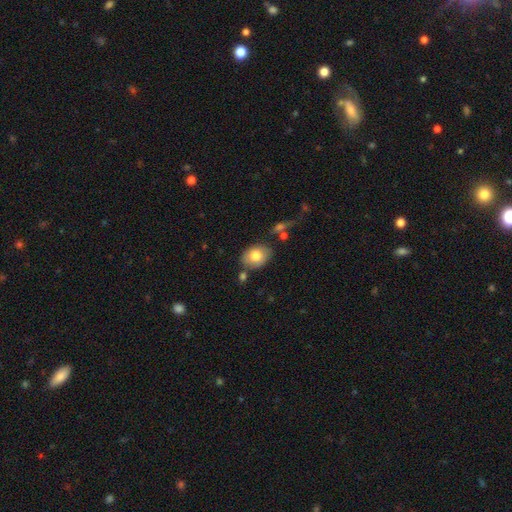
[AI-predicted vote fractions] A smooth galaxy with no disk features (78%) that is in between round and cigar-shaped (74%). Merging: none (75%).